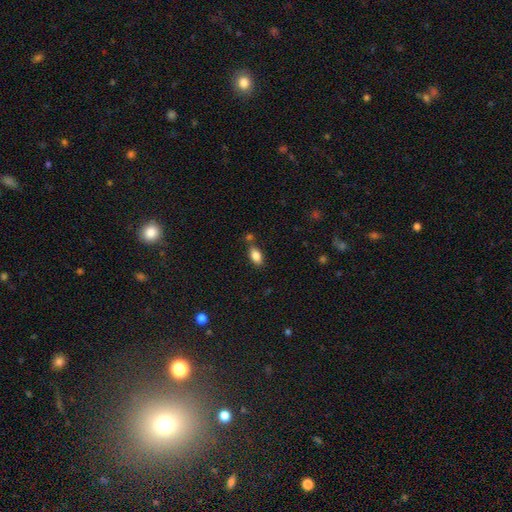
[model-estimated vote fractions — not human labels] A smooth galaxy with no disk features (85%) that is in between round and cigar-shaped (91%). Merging: none (73%).